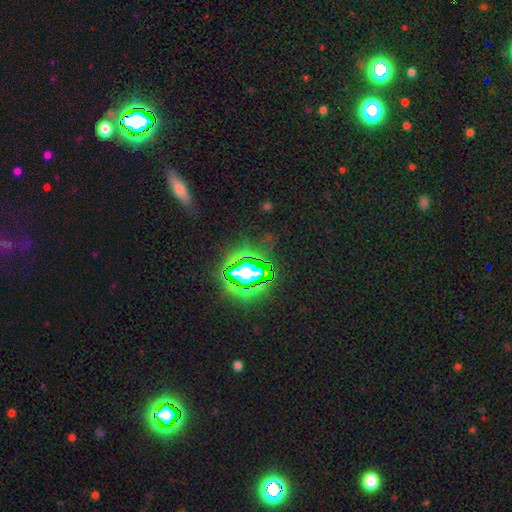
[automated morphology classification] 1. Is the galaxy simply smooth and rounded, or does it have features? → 77% star or artifact, 13% smooth, 9% featured or disk.